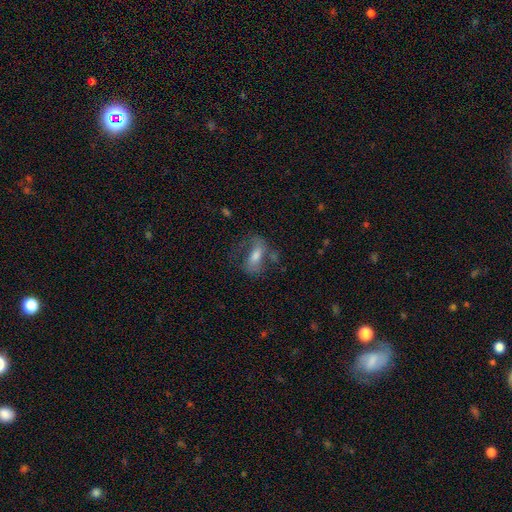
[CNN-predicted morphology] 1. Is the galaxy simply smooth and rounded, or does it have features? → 50% featured or disk, 40% smooth, 11% star or artifact.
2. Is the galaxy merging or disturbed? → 43% none, 30% major disturbance, 21% minor disturbance, 6% merger.